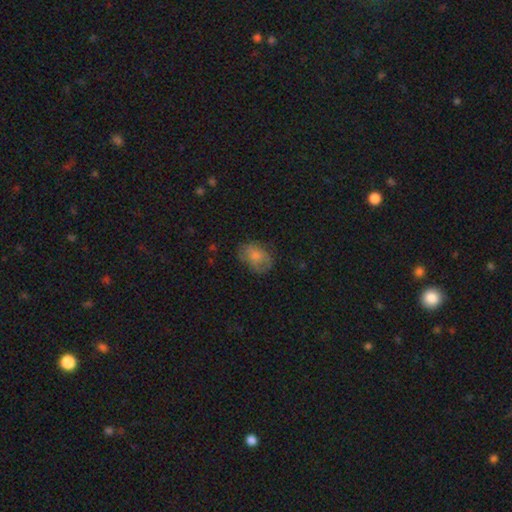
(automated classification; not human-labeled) Smooth or featured? Predicted: smooth (p=0.62). How rounded? Predicted: in between (p=0.69). Merging? Predicted: none (p=0.62).